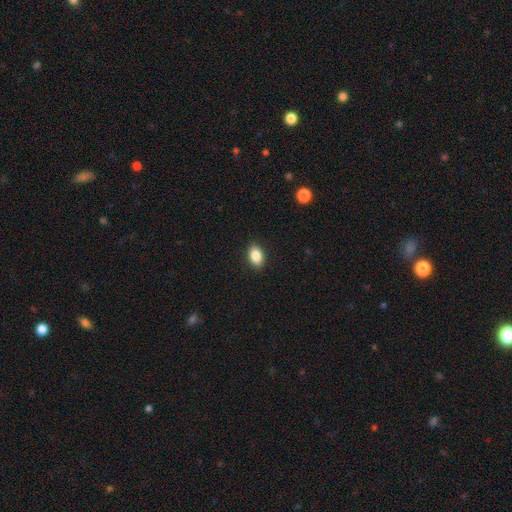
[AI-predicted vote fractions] This is clearly a smooth galaxy (86%). How rounded: clearly in between (86%). Merging: clearly none (89%).